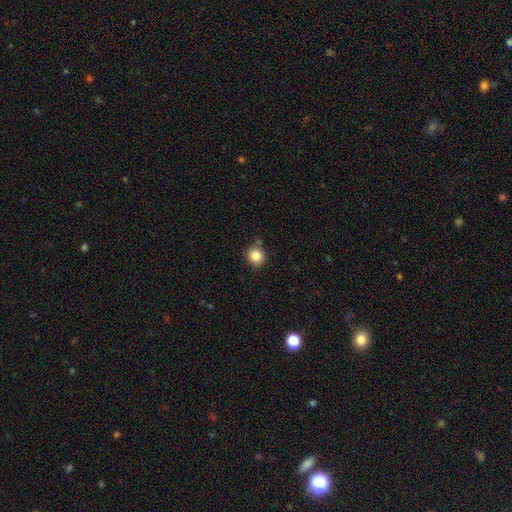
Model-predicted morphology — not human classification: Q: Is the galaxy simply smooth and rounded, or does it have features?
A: smooth — 85%.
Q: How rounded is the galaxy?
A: round — 89%.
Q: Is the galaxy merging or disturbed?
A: none — 81%.